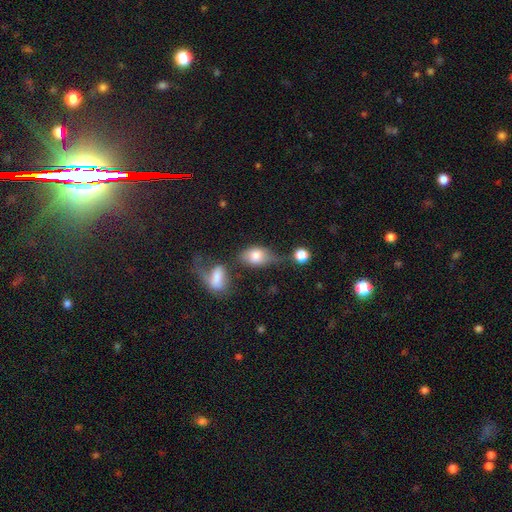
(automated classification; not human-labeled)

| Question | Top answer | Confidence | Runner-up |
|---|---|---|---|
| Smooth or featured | smooth | 73% | featured or disk (18%) |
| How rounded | in between | 81% | round (16%) |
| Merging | none | 32% | minor disturbance (25%) |